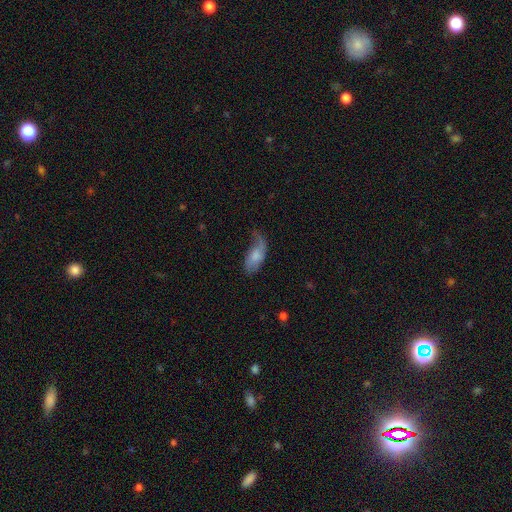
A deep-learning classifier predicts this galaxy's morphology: This is likely a smooth galaxy (62%). How rounded: clearly in between (90%). Merging: marginally minor disturbance (35%).